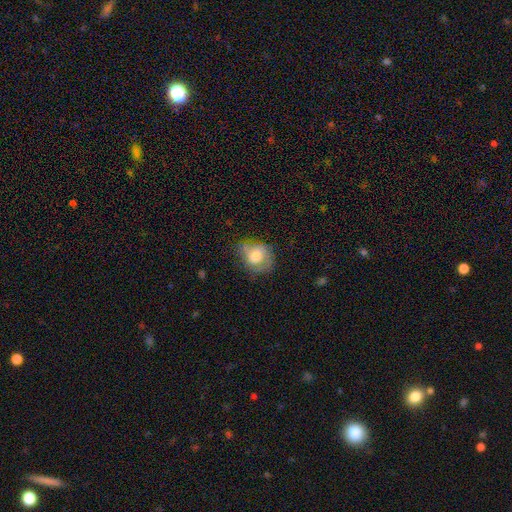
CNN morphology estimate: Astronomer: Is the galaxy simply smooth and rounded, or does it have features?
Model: smooth — 57% (runner-up: featured or disk, 35%).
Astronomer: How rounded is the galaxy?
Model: round — 55% (runner-up: in between, 43%).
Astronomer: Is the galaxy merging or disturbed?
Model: none — 54% (runner-up: minor disturbance, 31%).